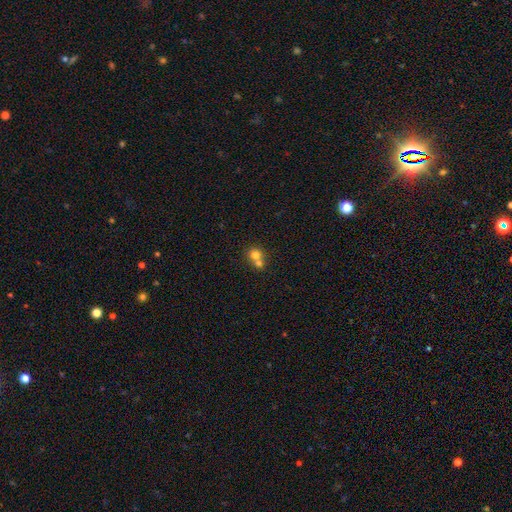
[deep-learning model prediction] smooth-or-featured: smooth: 74% | featured or disk: 13% | star or artifact: 12%
  how-rounded: round: 85% | in between: 14% | cigar-shaped: 1%
  merging: merger: 57% | none: 36% | minor disturbance: 5% | major disturbance: 2%